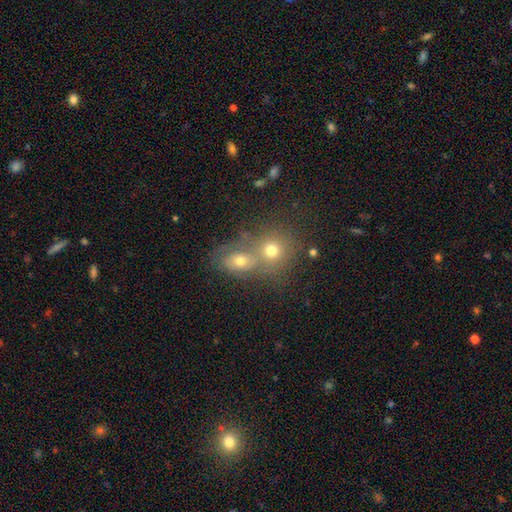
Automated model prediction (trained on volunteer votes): Smooth or featured?
  - smooth: 59% *
  - star or artifact: 24%
  - featured or disk: 18%
How rounded?
  - round: 74% *
  - in between: 24%
  - cigar-shaped: 2%
Merging?
  - merger: 60% *
  - none: 31%
  - minor disturbance: 6%
  - major disturbance: 3%